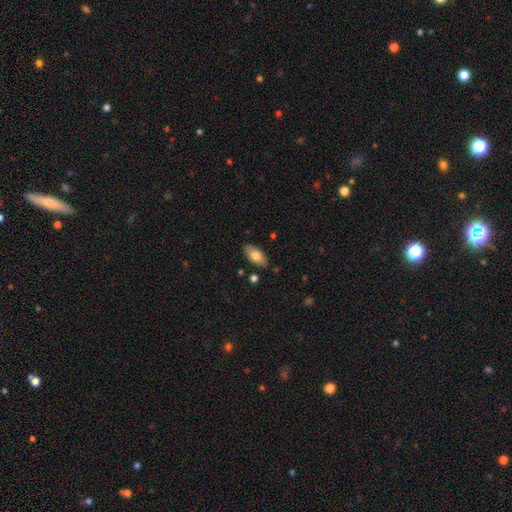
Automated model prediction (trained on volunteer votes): smooth-or-featured: smooth: 75% | featured or disk: 19% | star or artifact: 6%
  how-rounded: in between: 92% | cigar-shaped: 5% | round: 3%
  merging: none: 86% | minor disturbance: 11% | major disturbance: 2% | merger: 2%